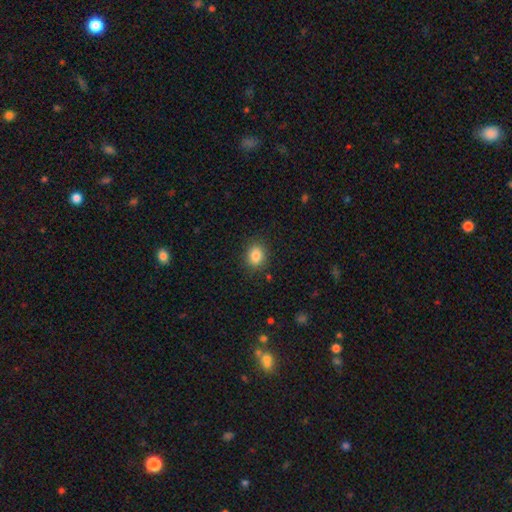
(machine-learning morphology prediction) smooth 84%, star or artifact 10%, featured or disk 6%. Down the decision tree: how rounded — round (57%); merging — none (87%).